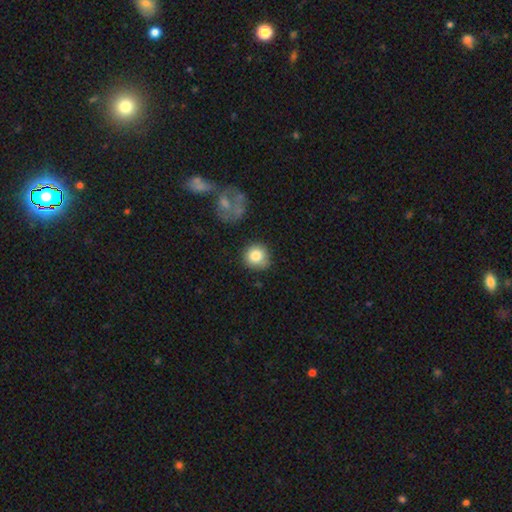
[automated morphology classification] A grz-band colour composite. It shows a smooth galaxy with no disk features (83%) that is round (90%). Merging: none (79%).